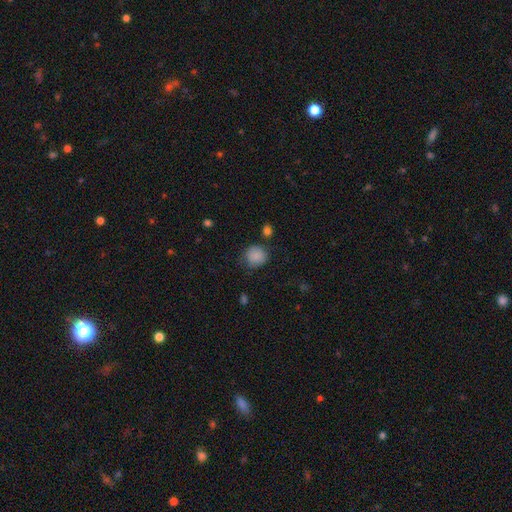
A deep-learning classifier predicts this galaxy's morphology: A smooth galaxy with no disk features (85%) that is round (84%). Merging: none (71%).